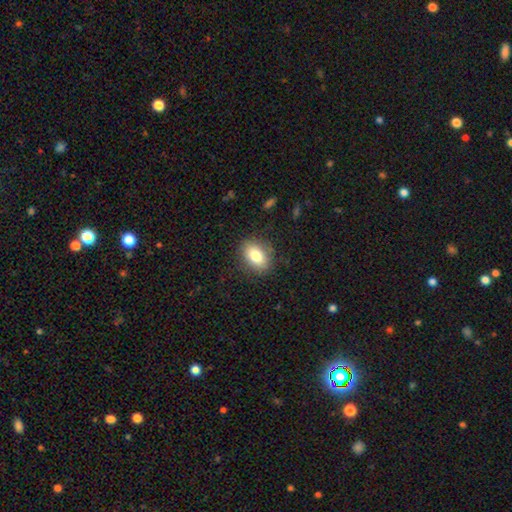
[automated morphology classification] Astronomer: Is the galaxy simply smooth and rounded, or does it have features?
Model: smooth — 81%.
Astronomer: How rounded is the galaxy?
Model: in between — 83%.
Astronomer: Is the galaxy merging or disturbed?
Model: none — 85%.